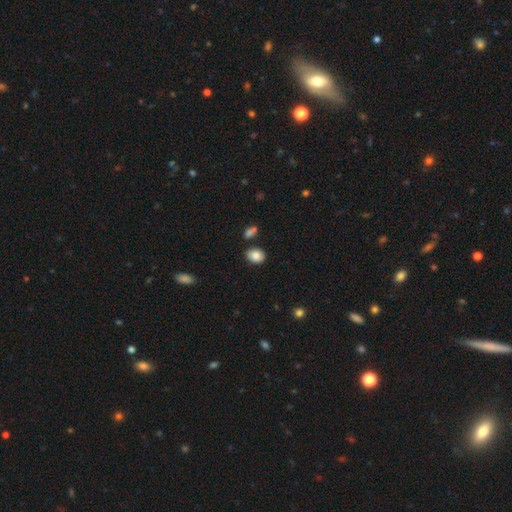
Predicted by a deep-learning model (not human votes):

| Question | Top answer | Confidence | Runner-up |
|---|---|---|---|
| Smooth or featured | smooth | 86% | star or artifact (8%) |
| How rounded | in between | 63% | round (36%) |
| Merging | none | 81% | minor disturbance (11%) |